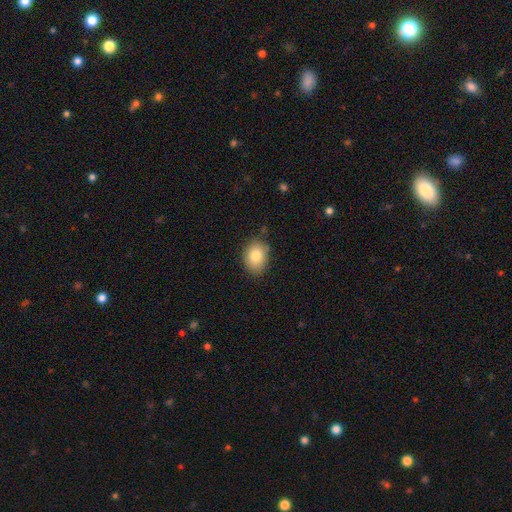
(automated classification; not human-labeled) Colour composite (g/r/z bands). It shows a smooth galaxy with no disk features (81%) that is in between round and cigar-shaped (65%). Merging: none (81%).